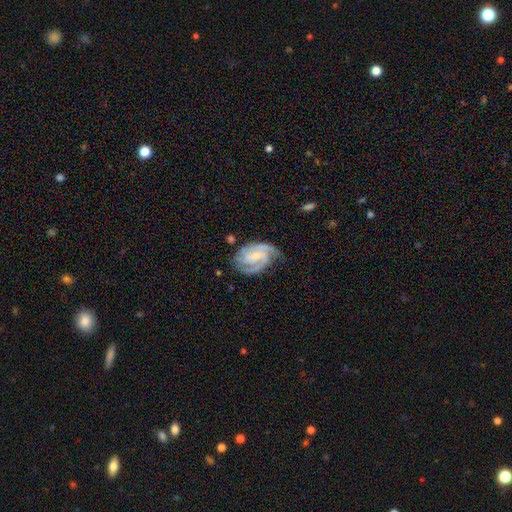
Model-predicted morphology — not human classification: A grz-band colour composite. It shows a featured or disk galaxy (88%) with no bar (48%), 2 (47%) tight (51%) spiral arms (97%) and a small central bulge (62%). Merging: none (64%).